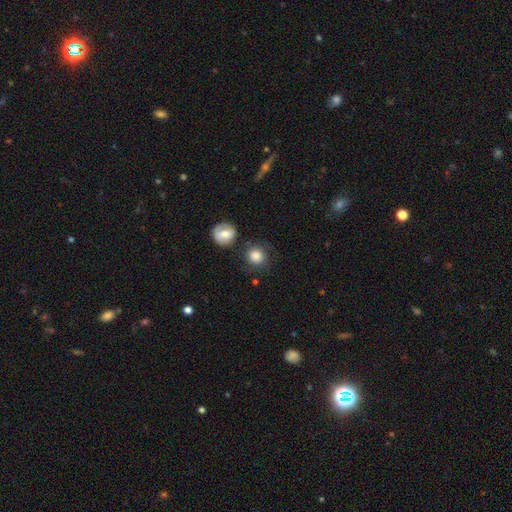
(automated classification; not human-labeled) A smooth galaxy with no disk features (82%) that is round (89%).

Vote fractions:
- Smooth or featured? smooth: 82% / featured or disk: 10% / star or artifact: 8%
- How rounded? round: 89% / in between: 10% / cigar-shaped: 1%
- Merging? none: 72% / minor disturbance: 15% / merger: 7% / major disturbance: 6%